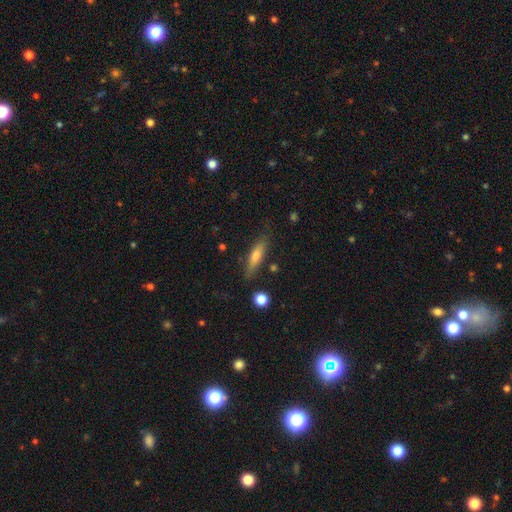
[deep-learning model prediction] Overall: smooth (62%; featured or disk 30%). How rounded: cigar-shaped (74%). Merging: none (81%).